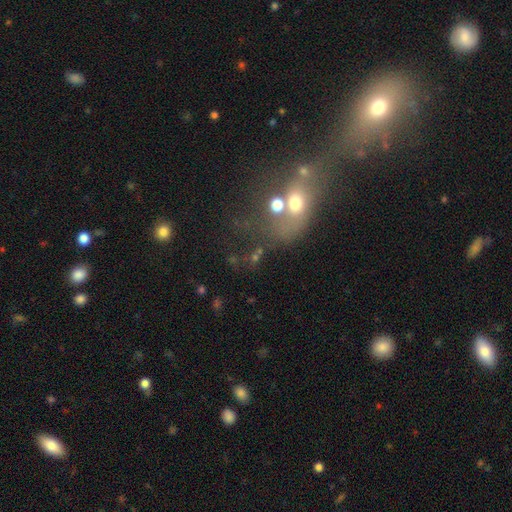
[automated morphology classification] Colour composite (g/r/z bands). It shows a smooth galaxy with no disk features (49%). Merging: merger (40%).